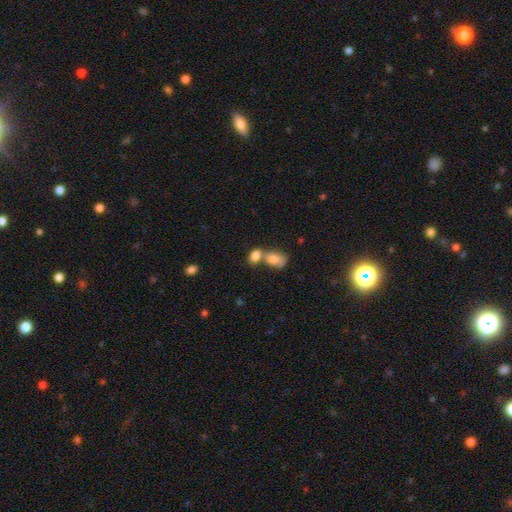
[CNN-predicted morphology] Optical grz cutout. It shows a smooth galaxy with no disk features (81%) that is in between round and cigar-shaped (82%). Merging: merger (59%).